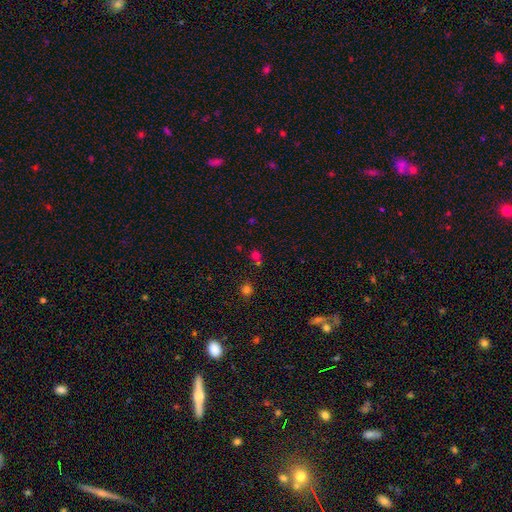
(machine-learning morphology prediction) Smooth or featured?
  - smooth: 59% *
  - star or artifact: 33%
  - featured or disk: 8%
How rounded?
  - round: 85% *
  - in between: 14%
  - cigar-shaped: 1%
Merging?
  - none: 61% *
  - merger: 27%
  - minor disturbance: 8%
  - major disturbance: 4%